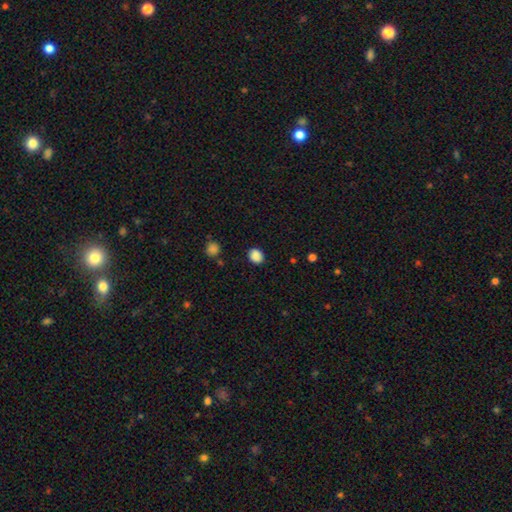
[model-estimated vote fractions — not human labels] This is clearly a smooth galaxy (87%). How rounded: possibly round (55%). Merging: clearly none (85%).